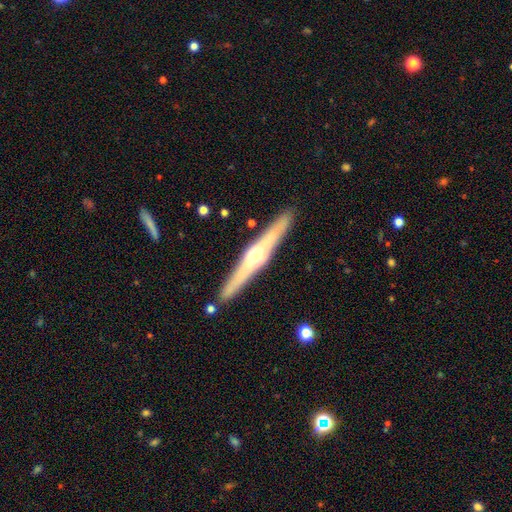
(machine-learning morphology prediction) The model was most divided on "smooth or featured": featured or disk: 73%, smooth: 22%, star or artifact: 5%. More confident: edge-on disk — yes (97%); merging — none (90%); edge-on bulge — rounded (87%).